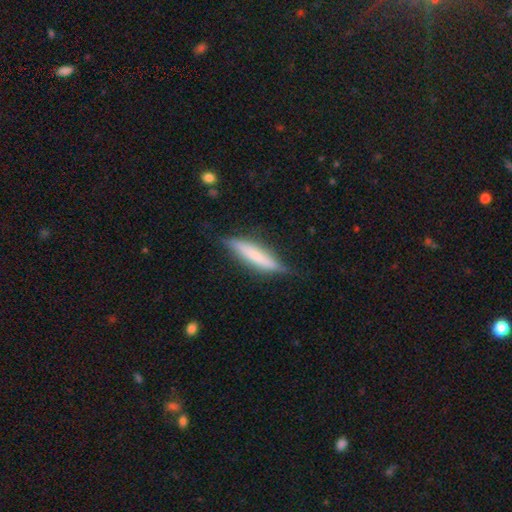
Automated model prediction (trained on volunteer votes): smooth_or_featured: smooth (p=0.56) [alt: featured or disk p=0.38]
how_rounded: cigar-shaped (p=0.83) [alt: in between p=0.15]
merging: none (p=0.75) [alt: minor disturbance p=0.19]